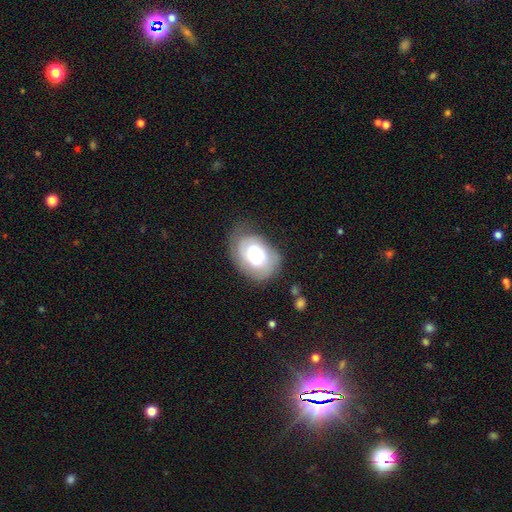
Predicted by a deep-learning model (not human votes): Q: Smooth or featured?
A: smooth (49%); runner-up: featured or disk (44%)
Q: Merging?
A: none (49%); runner-up: minor disturbance (30%)